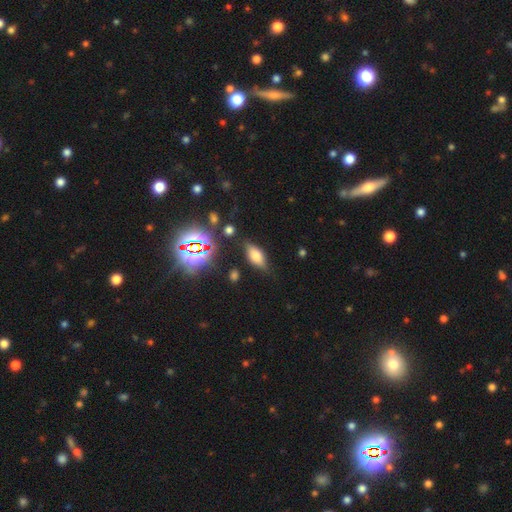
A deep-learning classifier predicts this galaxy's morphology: Smooth or featured? smooth (62%)
How rounded? in between (83%)
Merging? none (75%)